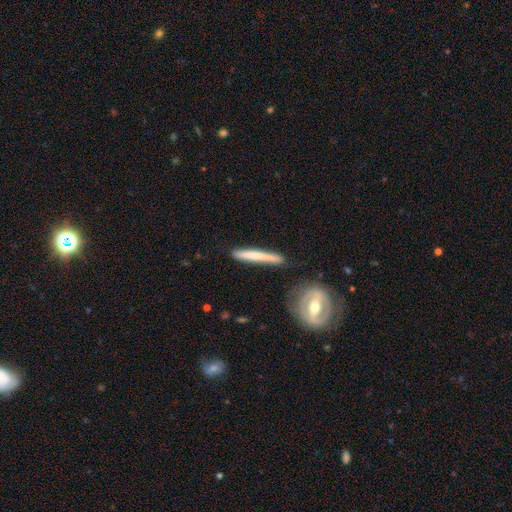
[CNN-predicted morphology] This is possibly a smooth galaxy (56%). How rounded: clearly cigar-shaped (96%). Merging: clearly none (84%).